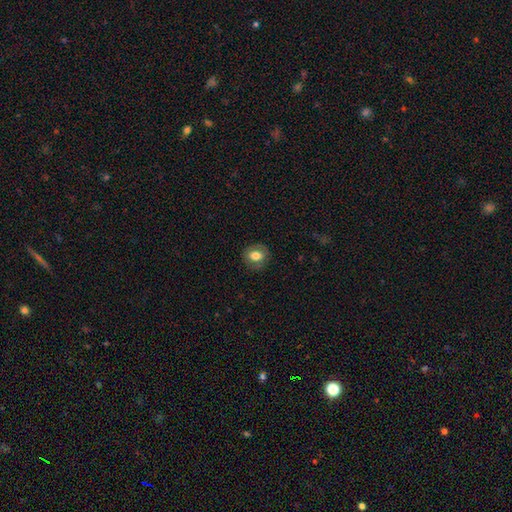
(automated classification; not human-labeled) Smooth or featured: smooth — 68% (featured or disk — 23%)
How rounded: round — 58% (in between — 41%)
Merging: none — 82% (minor disturbance — 13%)